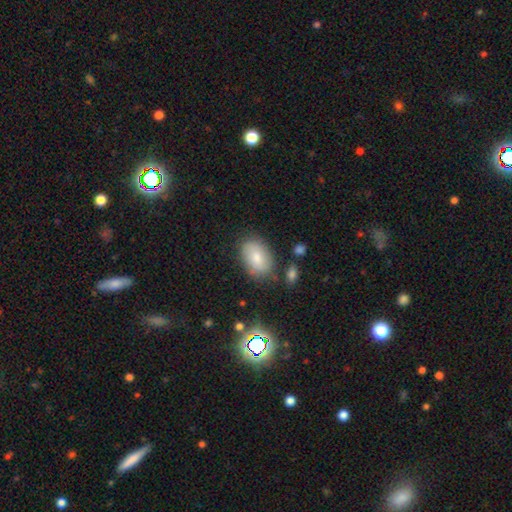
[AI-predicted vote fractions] This appears to be a smooth galaxy with no disk features (74%) that is in between round and cigar-shaped (83%). Merging: none (78%).